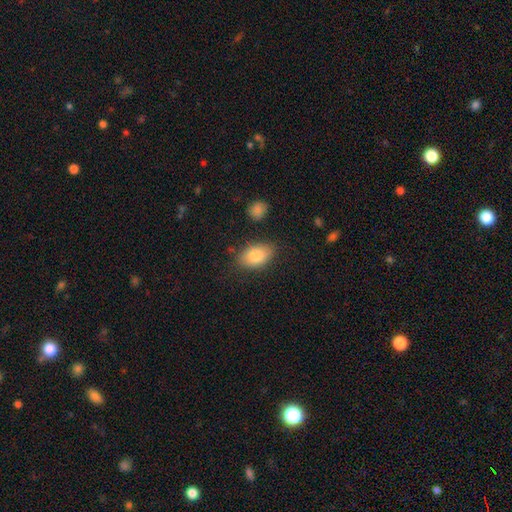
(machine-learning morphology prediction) Smooth or featured? smooth (83%)
How rounded? in between (89%)
Merging? none (79%)